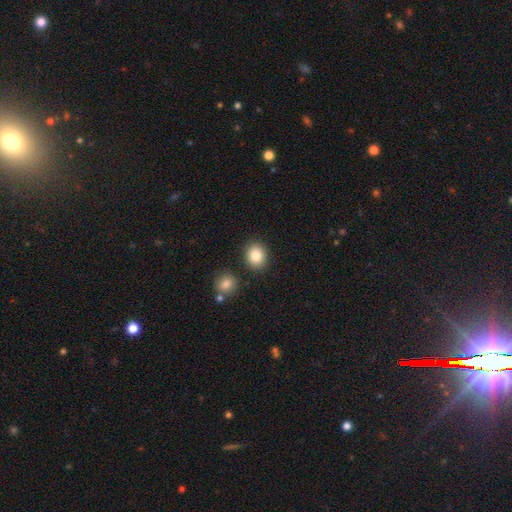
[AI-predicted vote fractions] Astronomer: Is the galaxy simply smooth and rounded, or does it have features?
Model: smooth — 85%.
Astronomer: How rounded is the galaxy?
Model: round — 66%.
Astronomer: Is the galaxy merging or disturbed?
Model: none — 85%.